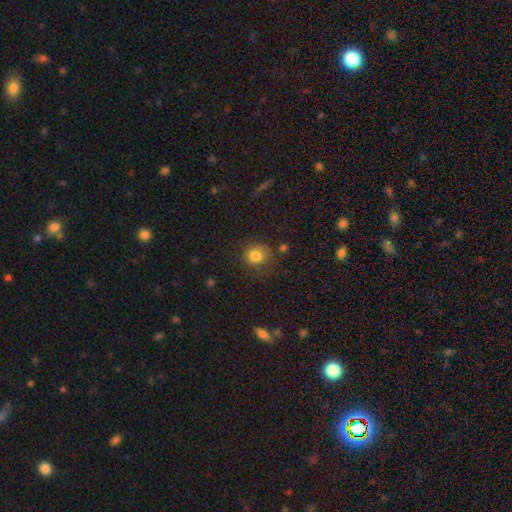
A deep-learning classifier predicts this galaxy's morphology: This appears to be a smooth galaxy with no disk features (83%) that is round (81%). Merging: none (72%).